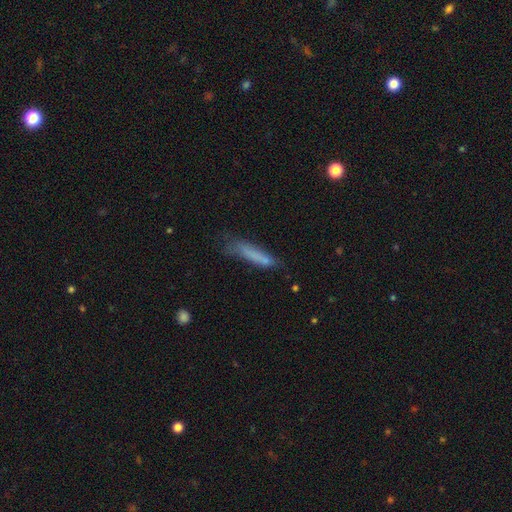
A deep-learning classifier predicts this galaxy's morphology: Smooth or featured?
  - smooth: 73% *
  - featured or disk: 18%
  - star or artifact: 9%
How rounded?
  - cigar-shaped: 88% *
  - in between: 10%
  - round: 2%
Merging?
  - none: 58% *
  - minor disturbance: 27%
  - major disturbance: 12%
  - merger: 3%